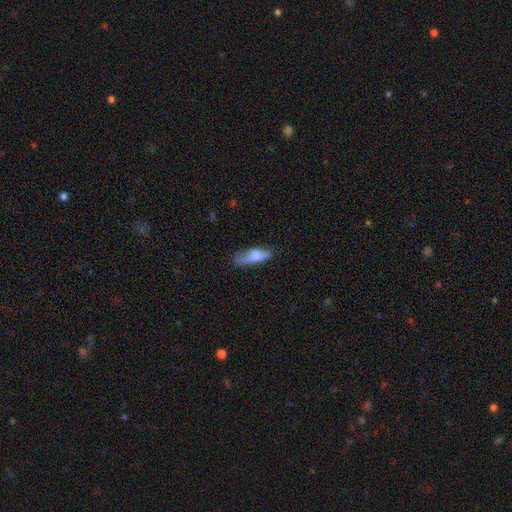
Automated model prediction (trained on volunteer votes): Overall: smooth (72%). How rounded: in between (54%; cigar-shaped 43%). Merging: none (51%; minor disturbance 32%).